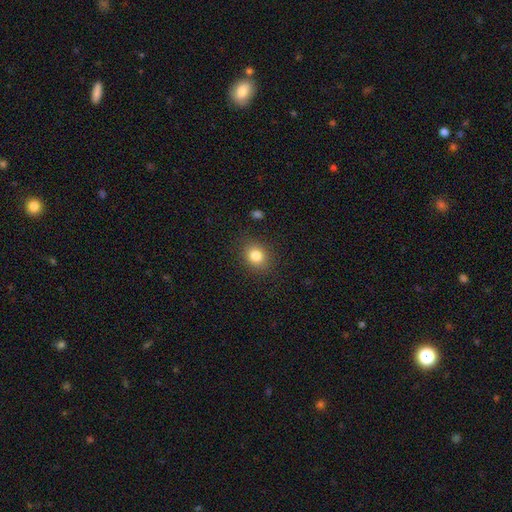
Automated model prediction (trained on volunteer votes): Smooth or featured? Predicted: smooth (p=0.83). How rounded? Predicted: round (p=0.63). Merging? Predicted: none (p=0.86).